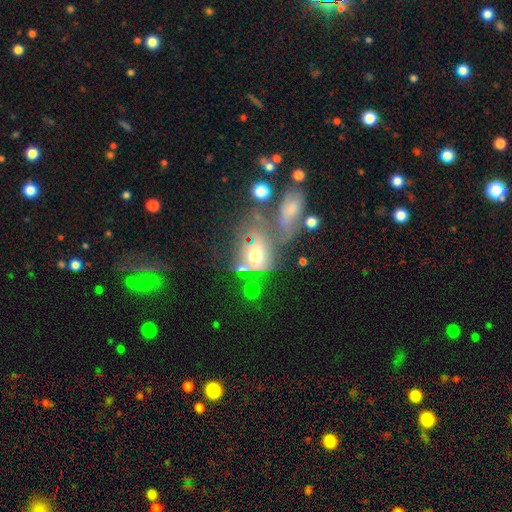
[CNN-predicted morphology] smooth_or_featured: featured or disk (p=0.40) [alt: smooth p=0.35]
merging: merger (p=0.39) [alt: none p=0.27]